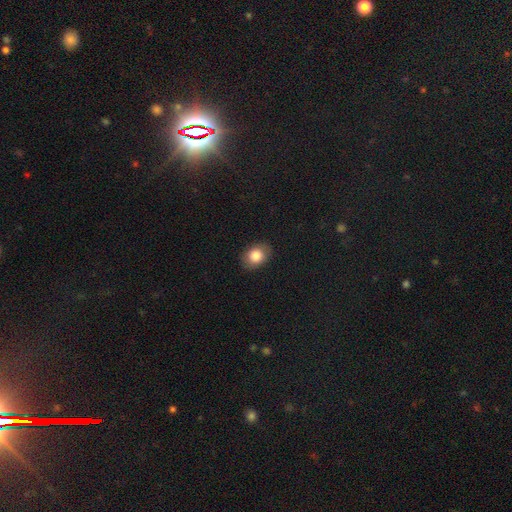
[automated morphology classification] smooth 83%, featured or disk 9%, star or artifact 8%. Down the decision tree: how rounded — in between (66%); merging — none (87%).